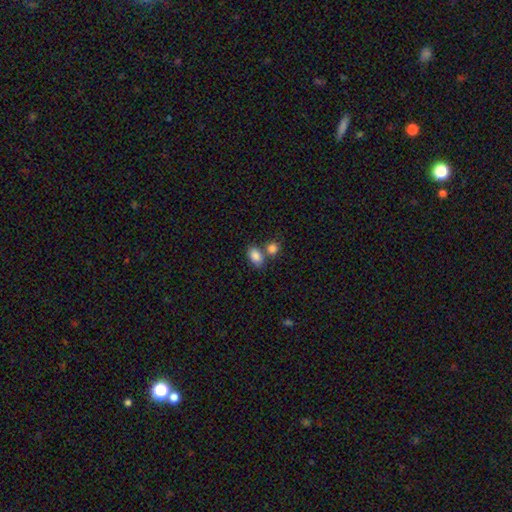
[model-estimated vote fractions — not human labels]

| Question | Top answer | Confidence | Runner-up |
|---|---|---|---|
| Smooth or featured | smooth | 85% | star or artifact (8%) |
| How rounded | in between | 81% | round (18%) |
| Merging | none | 54% | merger (31%) |